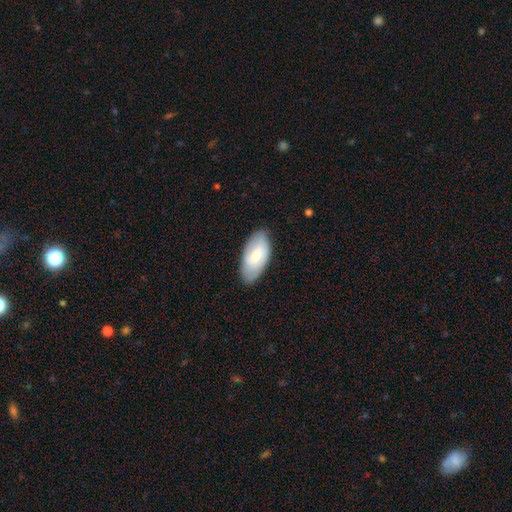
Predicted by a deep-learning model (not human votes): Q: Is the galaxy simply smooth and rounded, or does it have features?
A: smooth — 60%.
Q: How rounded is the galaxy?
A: in between — 93%.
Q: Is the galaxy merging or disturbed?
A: none — 81%.